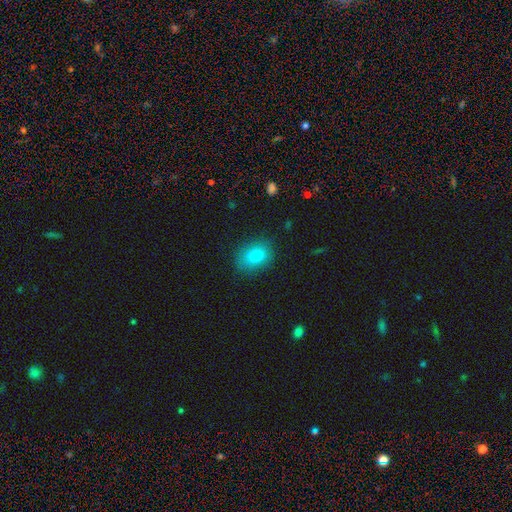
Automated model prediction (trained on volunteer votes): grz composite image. It shows a smooth galaxy with no disk features (82%) that is in between round and cigar-shaped (73%). Merging: none (81%).